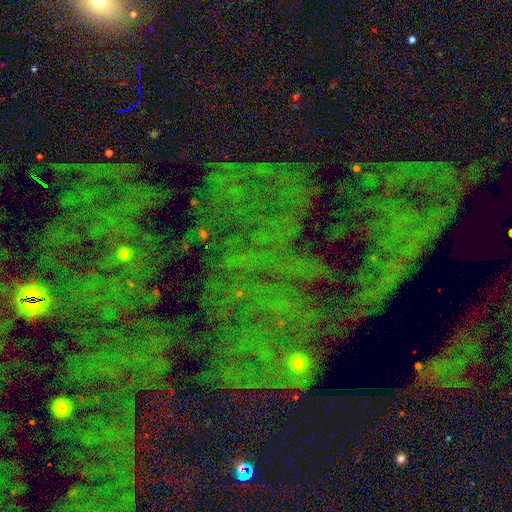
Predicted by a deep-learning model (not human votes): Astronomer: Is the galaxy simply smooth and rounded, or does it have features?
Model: star or artifact — 82%.